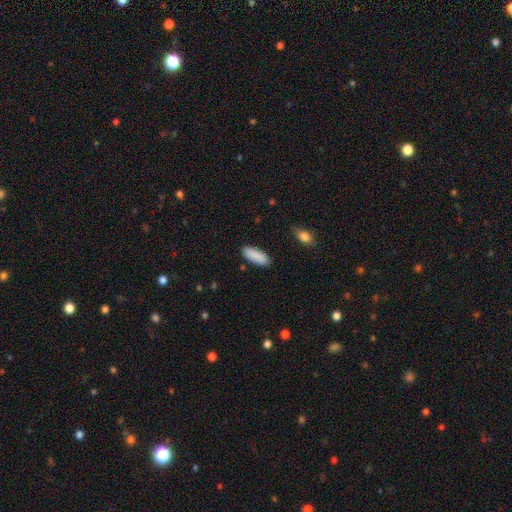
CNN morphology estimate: Smooth or featured: smooth — 90% (star or artifact — 6%)
How rounded: in between — 72% (cigar-shaped — 26%)
Merging: none — 87% (minor disturbance — 9%)